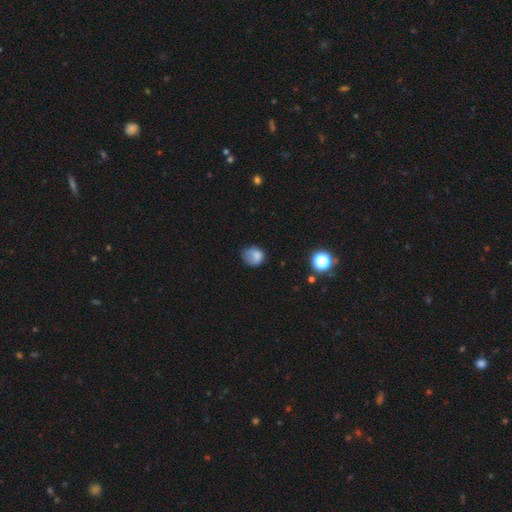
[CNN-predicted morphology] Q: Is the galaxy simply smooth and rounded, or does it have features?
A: smooth — 74%.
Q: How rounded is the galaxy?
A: round — 61%.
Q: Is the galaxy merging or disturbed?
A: none — 45%.